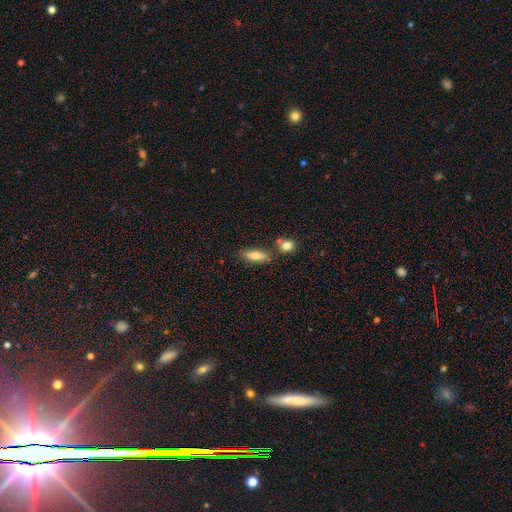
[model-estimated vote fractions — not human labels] Smooth or featured? smooth (76%)
How rounded? in between (60%)
Merging? none (71%)